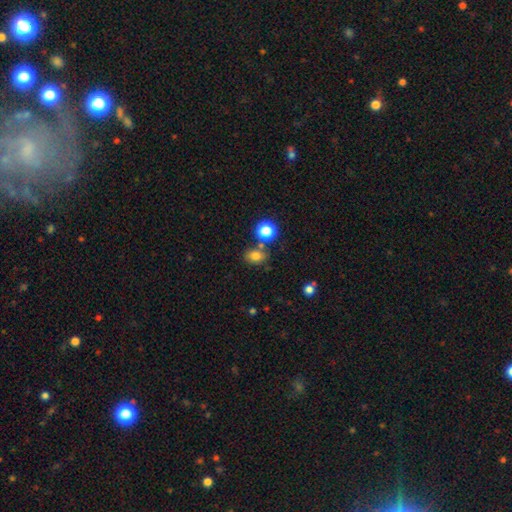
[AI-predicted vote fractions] smooth-or-featured: smooth: 78% | star or artifact: 15% | featured or disk: 8%
  how-rounded: in between: 58% | round: 41% | cigar-shaped: 1%
  merging: none: 71% | merger: 14% | minor disturbance: 12% | major disturbance: 4%